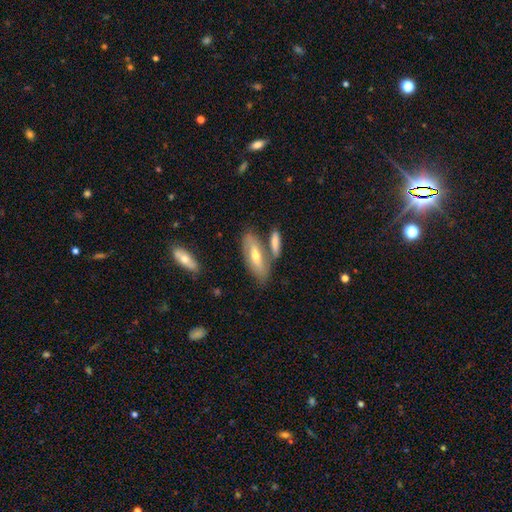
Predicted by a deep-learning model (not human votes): The model was most divided on "smooth or featured": featured or disk: 47%, smooth: 46%, star or artifact: 7%. More confident: merging — none (62%).